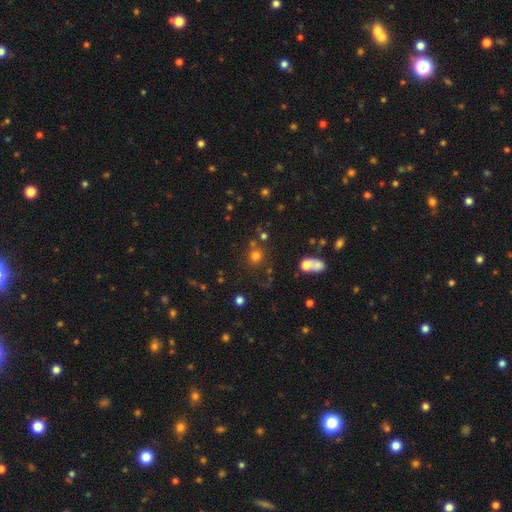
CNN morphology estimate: This is likely a smooth galaxy (72%). How rounded: clearly round (89%). Merging: likely none (74%).